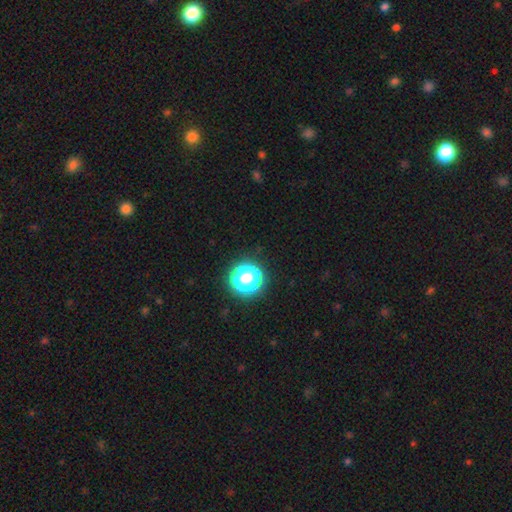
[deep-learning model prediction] A star or artifact, not a galaxy (72%).